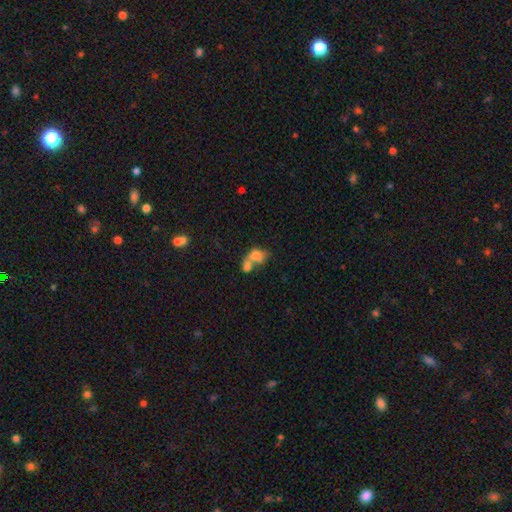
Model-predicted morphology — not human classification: type=smooth (62%); roundness=in between (71%); merging=merger (64%).